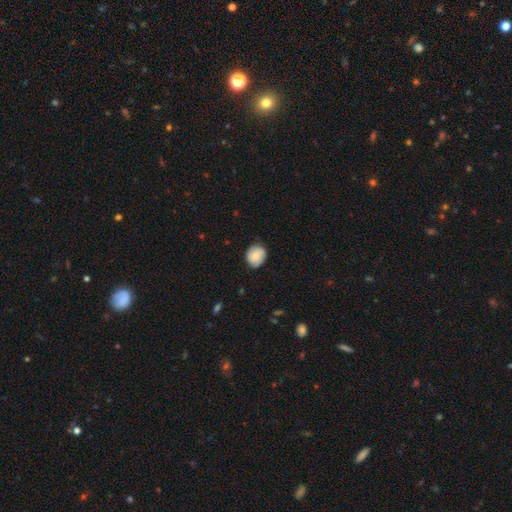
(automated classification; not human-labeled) smooth_or_featured: smooth (p=0.76) [alt: featured or disk p=0.17]
how_rounded: round (p=0.72) [alt: in between p=0.28]
merging: none (p=0.79) [alt: minor disturbance p=0.17]